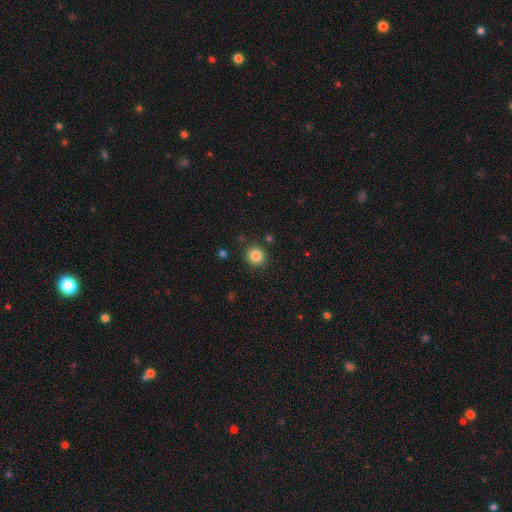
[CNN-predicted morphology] type=smooth (85%); roundness=round (89%); merging=none (87%).